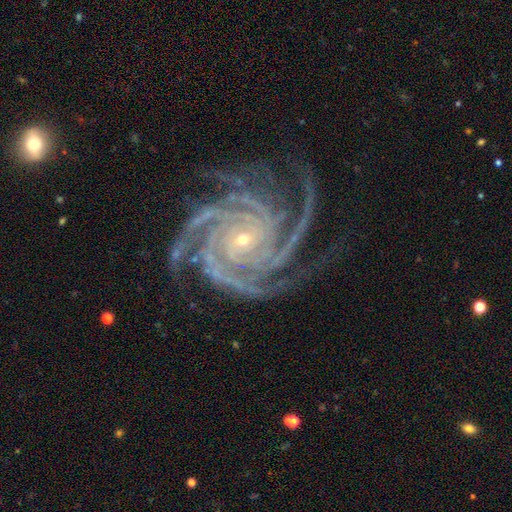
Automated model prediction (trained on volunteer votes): The model was most divided on "spiral arm count": 4: 44%, more than 4: 21%, 3: 14%, can't tell: 7%, 2: 7%, 1: 6%. More confident: spiral arms — yes (99%); edge-on disk — no (98%); smooth or featured — featured or disk (94%); bulge size — small (82%); merging — none (78%); spiral winding — tight (78%); bar — no (66%).